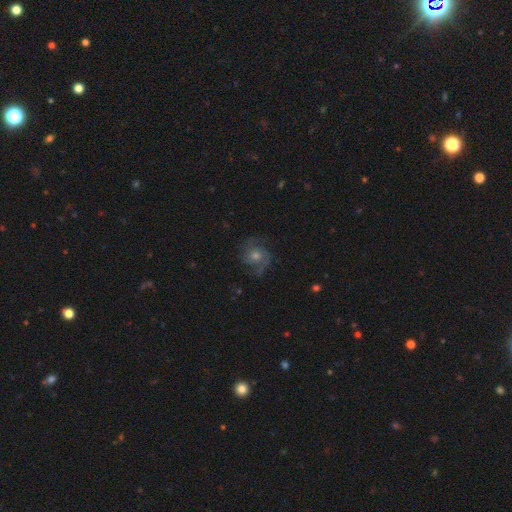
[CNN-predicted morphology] Overall: featured or disk (73%). Edge-on disk: no (98%). Bar: no (75%). Spiral arms: yes (94%). Spiral arm count: 2 (48%; 3 23%). Spiral winding: medium (50%; tight 33%). Bulge size: moderate (58%; small 32%). Merging: none (76%).